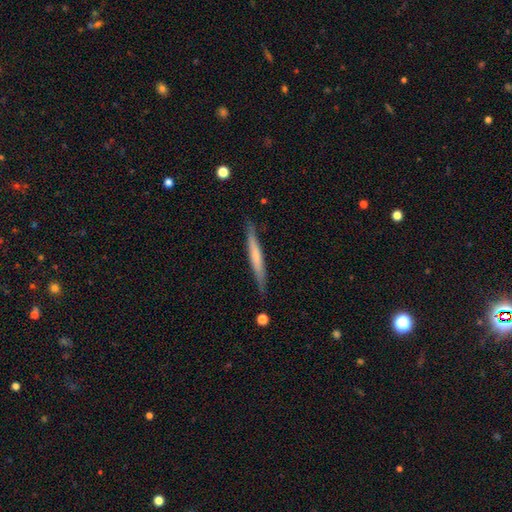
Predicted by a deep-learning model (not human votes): A smooth galaxy with no disk features (51%) that is cigar-shaped (96%). Merging: none (86%).